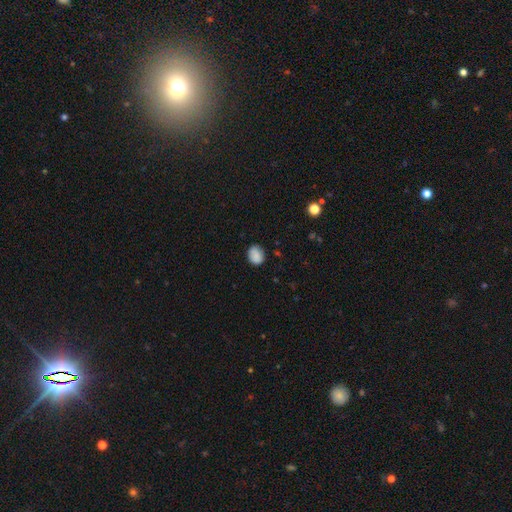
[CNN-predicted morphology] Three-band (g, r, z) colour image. It shows a smooth galaxy with no disk features (85%) that is round (53%). Merging: none (79%).